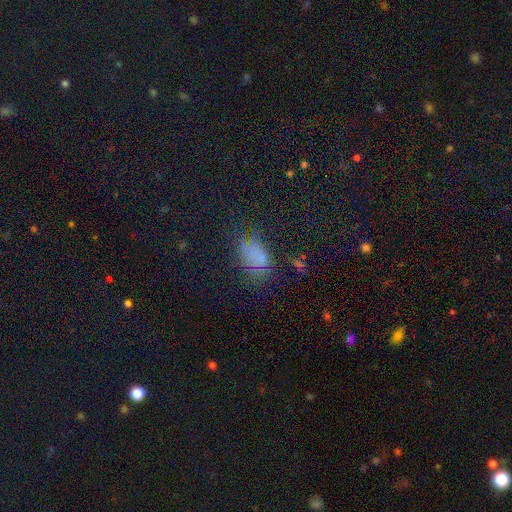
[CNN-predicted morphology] smooth_or_featured: smooth (p=0.60) [alt: star or artifact p=0.24]
how_rounded: in between (p=0.85) [alt: round p=0.13]
merging: none (p=0.55) [alt: minor disturbance p=0.25]